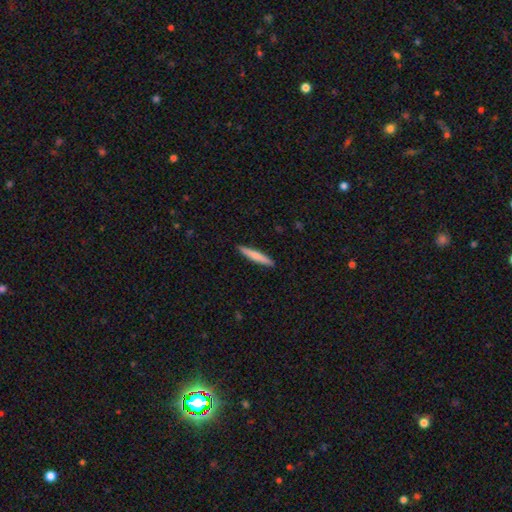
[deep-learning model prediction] Q: Smooth or featured?
A: smooth (73%); runner-up: featured or disk (22%)
Q: How rounded?
A: cigar-shaped (94%); runner-up: in between (4%)
Q: Merging?
A: none (92%); runner-up: minor disturbance (6%)